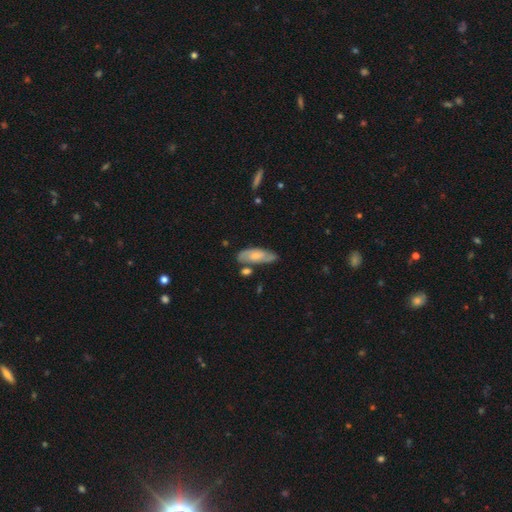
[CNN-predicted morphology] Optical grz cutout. It shows a smooth galaxy with no disk features (47%, tied with featured or disk). Merging: none (63%).